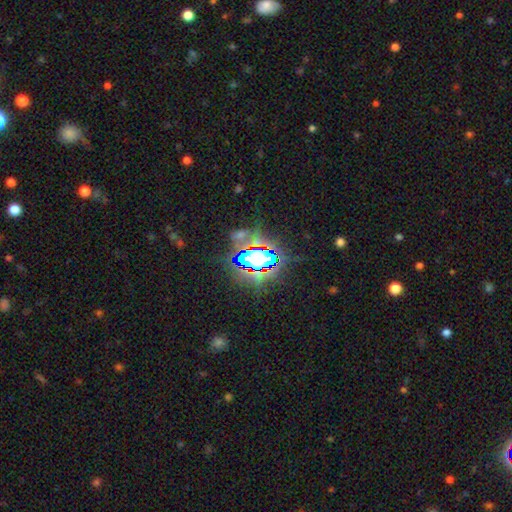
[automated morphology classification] Smooth or featured: star or artifact — 69% (smooth — 18%)